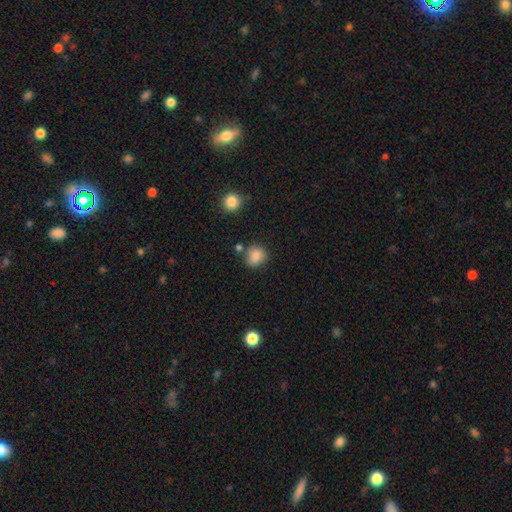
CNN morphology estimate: Q: Smooth or featured?
A: smooth (86%); runner-up: star or artifact (10%)
Q: How rounded?
A: round (81%); runner-up: in between (18%)
Q: Merging?
A: none (74%); runner-up: minor disturbance (15%)